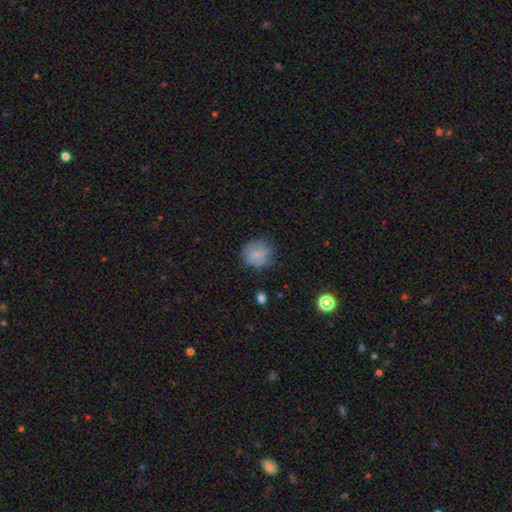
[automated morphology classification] smooth_or_featured: smooth (p=0.72) [alt: featured or disk p=0.19]
how_rounded: round (p=0.78) [alt: in between p=0.21]
merging: none (p=0.66) [alt: minor disturbance p=0.24]